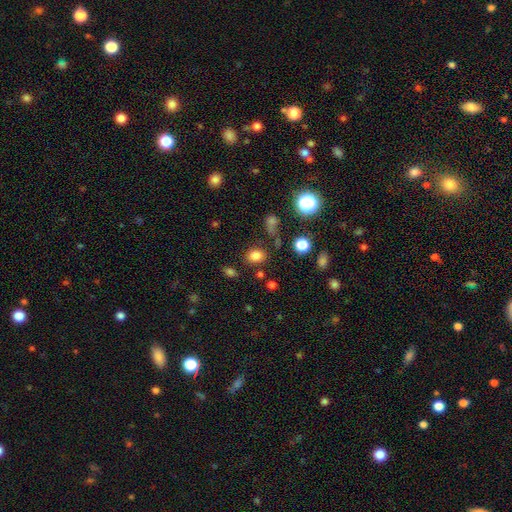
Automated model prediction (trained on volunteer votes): Smooth or featured? smooth (79%)
How rounded? in between (56%)
Merging? none (79%)